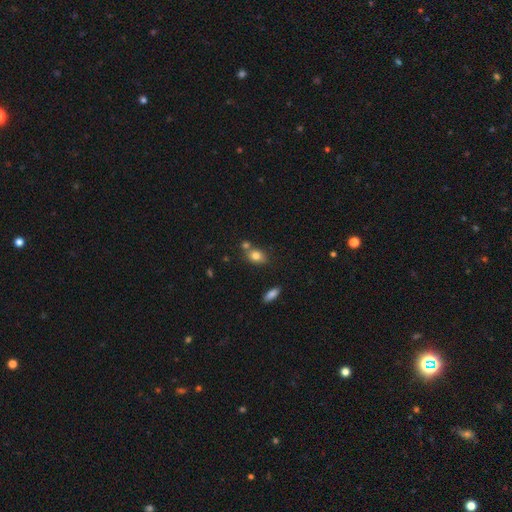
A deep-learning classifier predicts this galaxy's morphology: This appears to be a smooth galaxy with no disk features (80%) that is in between round and cigar-shaped (70%). Merging: none (56%).